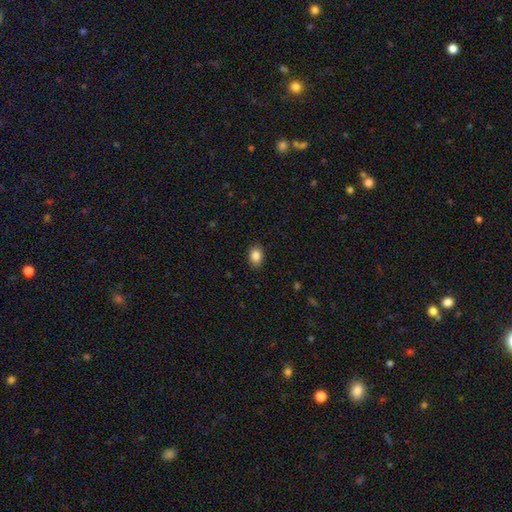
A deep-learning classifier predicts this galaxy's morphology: A smooth galaxy with no disk features (86%) that is in between round and cigar-shaped (74%).

Vote fractions:
- Smooth or featured? smooth: 86% / star or artifact: 9% / featured or disk: 5%
- How rounded? in between: 74% / round: 25% / cigar-shaped: 1%
- Merging? none: 88% / minor disturbance: 9% / major disturbance: 2% / merger: 1%